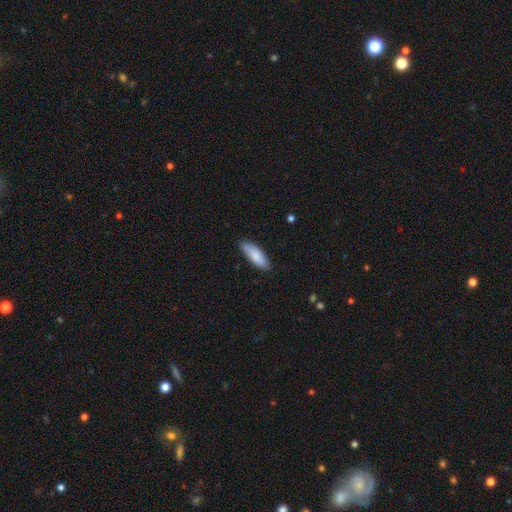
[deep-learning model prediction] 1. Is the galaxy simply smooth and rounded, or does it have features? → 84% smooth, 10% featured or disk, 5% star or artifact.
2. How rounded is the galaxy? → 68% in between, 30% cigar-shaped, 2% round.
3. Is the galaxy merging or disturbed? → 84% none, 13% minor disturbance, 2% major disturbance, 1% merger.